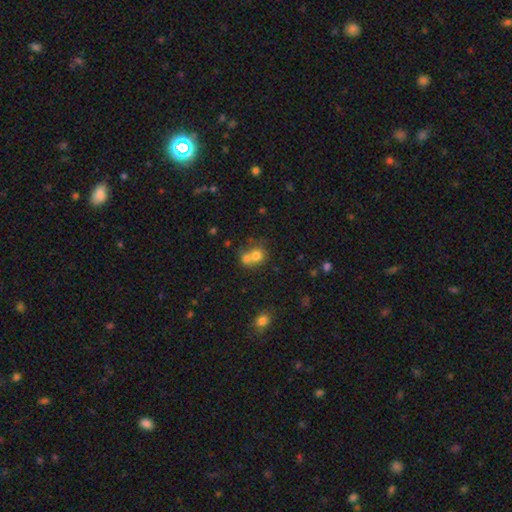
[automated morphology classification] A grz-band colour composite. It shows a smooth galaxy with no disk features (72%) that is round (76%). Merging: merger (58%).